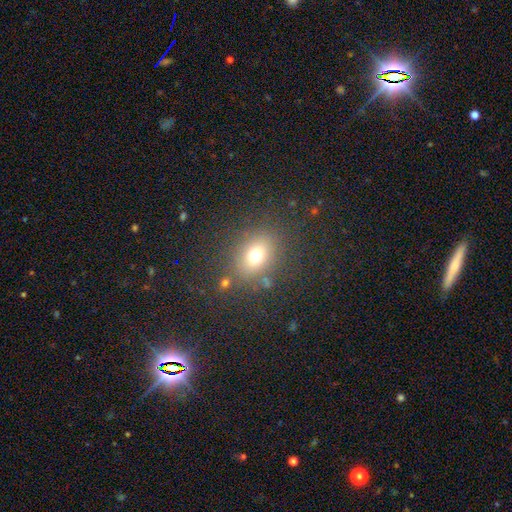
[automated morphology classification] A smooth galaxy with no disk features (72%) that is round (52%).

Vote fractions:
- Smooth or featured? smooth: 72% / star or artifact: 17% / featured or disk: 11%
- How rounded? round: 52% / in between: 46% / cigar-shaped: 2%
- Merging? none: 80% / minor disturbance: 11% / major disturbance: 5% / merger: 3%